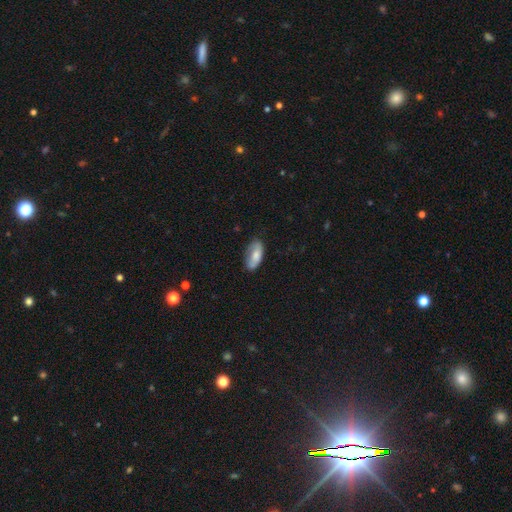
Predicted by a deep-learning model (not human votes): Smooth or featured?
  - smooth: 70% *
  - featured or disk: 24%
  - star or artifact: 6%
How rounded?
  - in between: 89% *
  - cigar-shaped: 8%
  - round: 3%
Merging?
  - none: 62% *
  - minor disturbance: 28%
  - major disturbance: 7%
  - merger: 3%